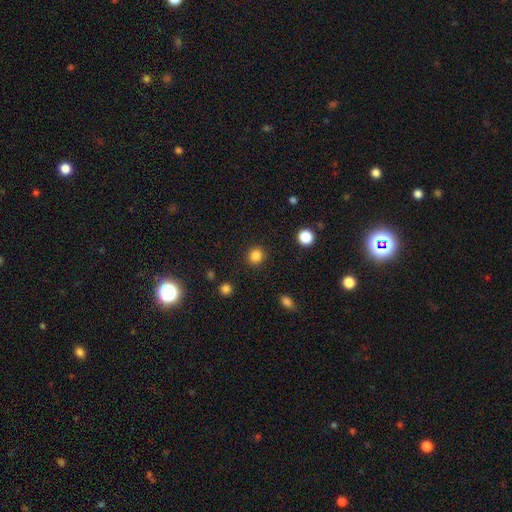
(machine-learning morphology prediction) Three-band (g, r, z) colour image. It shows a smooth galaxy with no disk features (85%) that is round (90%). Merging: none (90%).